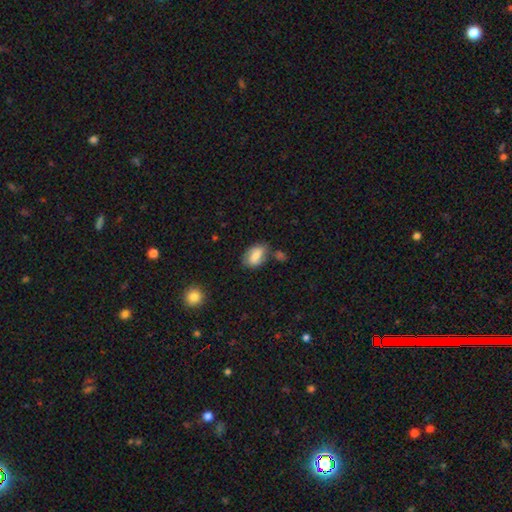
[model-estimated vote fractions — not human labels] A smooth galaxy with no disk features (72%) that is in between round and cigar-shaped (85%).

Vote fractions:
- Smooth or featured? smooth: 72% / featured or disk: 19% / star or artifact: 8%
- How rounded? in between: 85% / round: 13% / cigar-shaped: 2%
- Merging? none: 60% / minor disturbance: 23% / merger: 11% / major disturbance: 7%